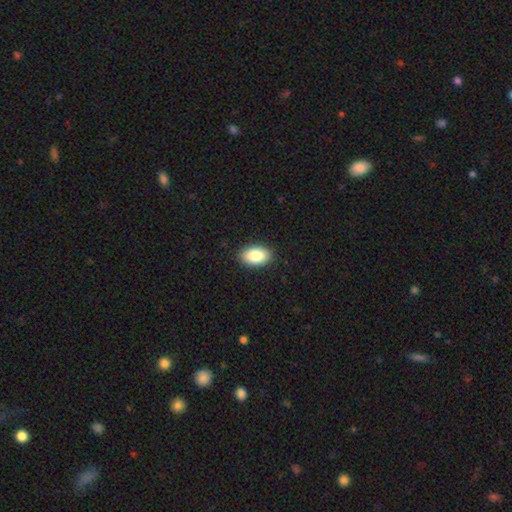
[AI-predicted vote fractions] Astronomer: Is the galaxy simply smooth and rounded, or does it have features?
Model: smooth — 85%.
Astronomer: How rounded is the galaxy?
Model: in between — 91%.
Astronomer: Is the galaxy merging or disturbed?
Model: none — 90%.